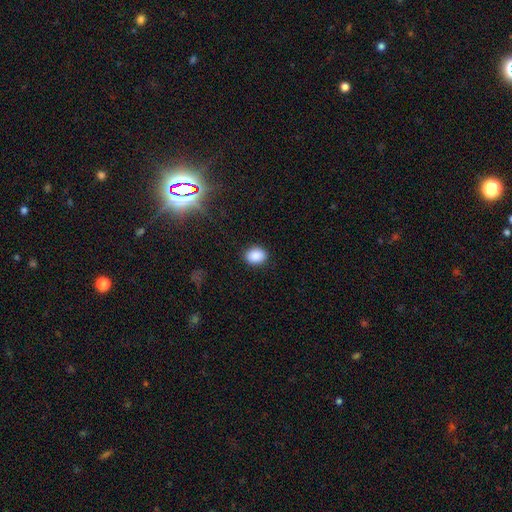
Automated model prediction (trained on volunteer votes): smooth 88%, star or artifact 9%, featured or disk 3%. Down the decision tree: how rounded — in between (58%); merging — none (88%).